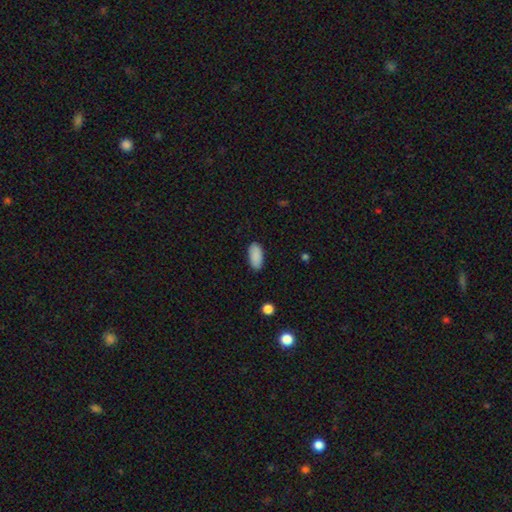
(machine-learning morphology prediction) This appears to be a smooth galaxy with no disk features (90%) that is in between round and cigar-shaped (93%). Merging: none (87%).